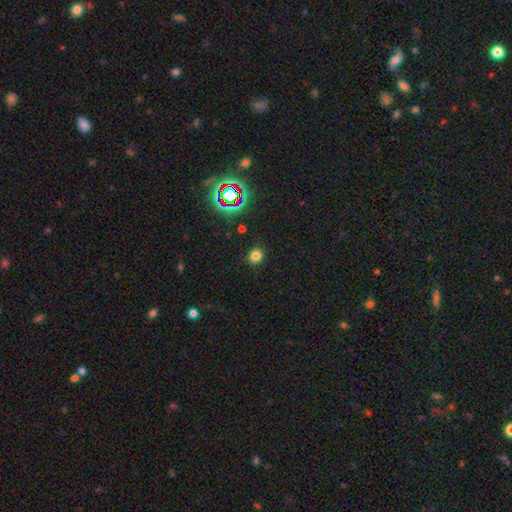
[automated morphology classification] Smooth or featured?
  - smooth: 77% *
  - star or artifact: 18%
  - featured or disk: 5%
How rounded?
  - round: 77% *
  - in between: 22%
  - cigar-shaped: 1%
Merging?
  - none: 87% *
  - minor disturbance: 9%
  - major disturbance: 3%
  - merger: 1%